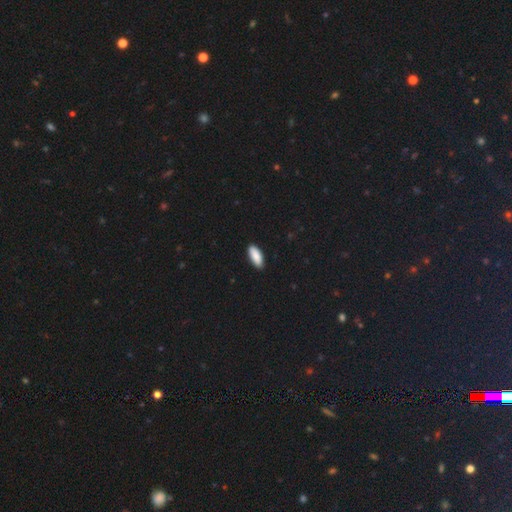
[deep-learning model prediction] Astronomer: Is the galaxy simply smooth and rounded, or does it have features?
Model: smooth — 89%.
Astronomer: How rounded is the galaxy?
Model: in between — 82%.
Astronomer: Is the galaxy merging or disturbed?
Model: none — 88%.